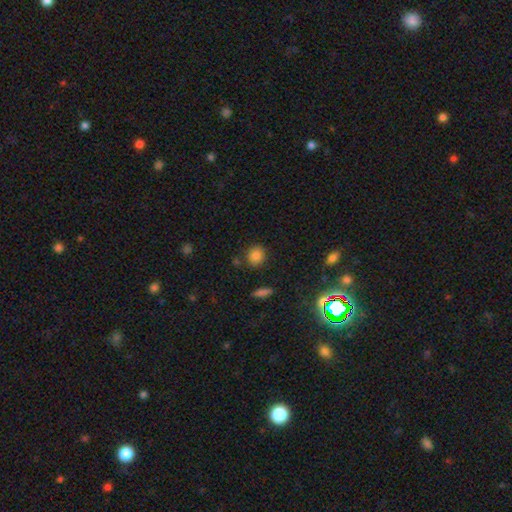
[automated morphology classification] smooth 83%, star or artifact 12%, featured or disk 5%. Down the decision tree: how rounded — round (79%); merging — none (84%).